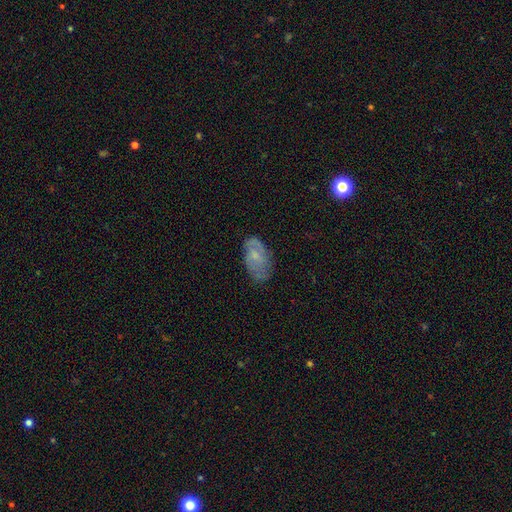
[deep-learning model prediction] This appears to be a featured or disk galaxy (54%) with no bar (62%), spiral arms (79%) and a small central bulge (54%). Merging: none (68%).